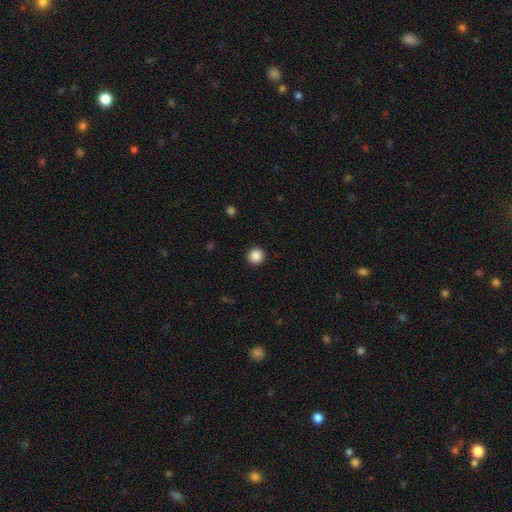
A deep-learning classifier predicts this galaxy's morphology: smooth-or-featured: smooth: 88% | star or artifact: 10% | featured or disk: 3%
  how-rounded: round: 95% | in between: 4% | cigar-shaped: 1%
  merging: none: 93% | minor disturbance: 5% | major disturbance: 2% | merger: 1%